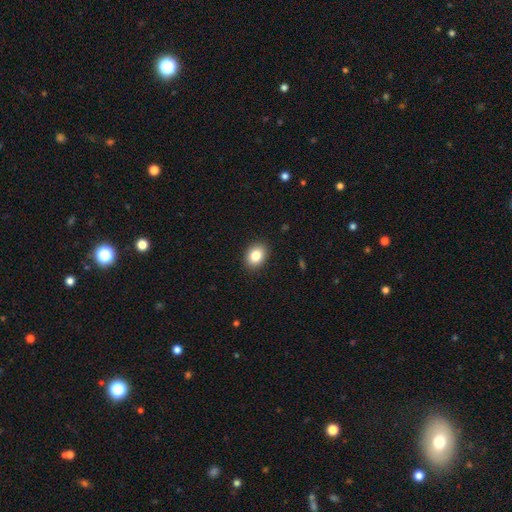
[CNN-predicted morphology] smooth 84%, star or artifact 9%, featured or disk 7%. Down the decision tree: how rounded — in between (60%); merging — none (90%).